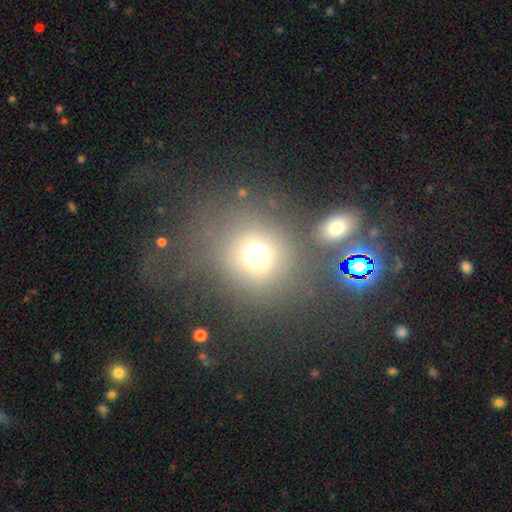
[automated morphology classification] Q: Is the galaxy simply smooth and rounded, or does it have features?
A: smooth — 69%.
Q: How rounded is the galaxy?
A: round — 82%.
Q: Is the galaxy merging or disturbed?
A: none — 66%.